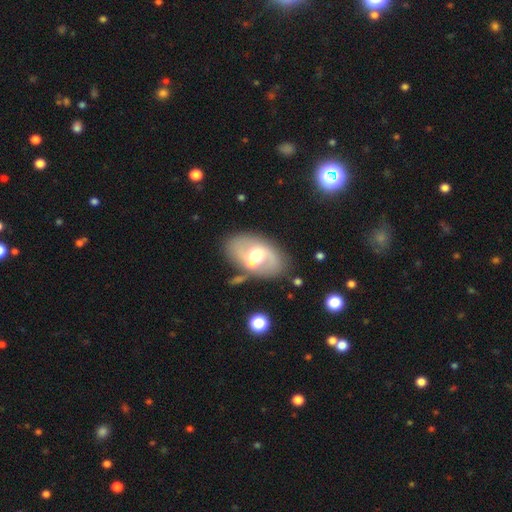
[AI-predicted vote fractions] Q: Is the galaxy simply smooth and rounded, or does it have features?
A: featured or disk — 62%.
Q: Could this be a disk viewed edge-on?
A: no — 93%.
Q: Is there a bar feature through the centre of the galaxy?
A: no — 49%.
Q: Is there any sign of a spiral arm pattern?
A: yes — 53%.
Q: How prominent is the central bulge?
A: moderate — 64%.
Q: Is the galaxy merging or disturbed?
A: none — 62%.